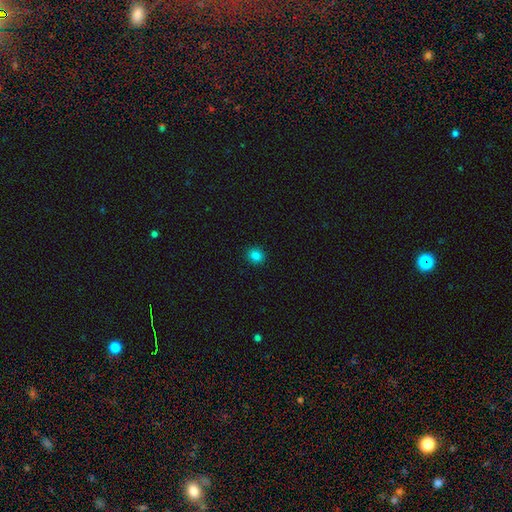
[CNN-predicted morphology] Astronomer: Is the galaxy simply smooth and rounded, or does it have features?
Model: smooth — 83%.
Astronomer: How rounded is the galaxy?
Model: round — 85%.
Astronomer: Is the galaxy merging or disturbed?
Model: none — 92%.